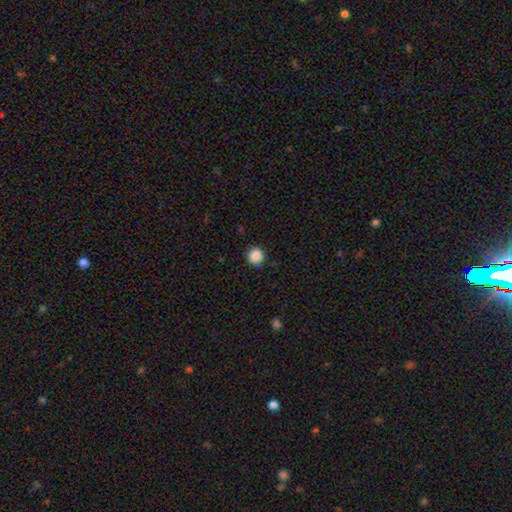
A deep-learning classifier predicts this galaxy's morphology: Q: Smooth or featured?
A: smooth (88%); runner-up: star or artifact (9%)
Q: How rounded?
A: round (90%); runner-up: in between (9%)
Q: Merging?
A: none (87%); runner-up: minor disturbance (9%)